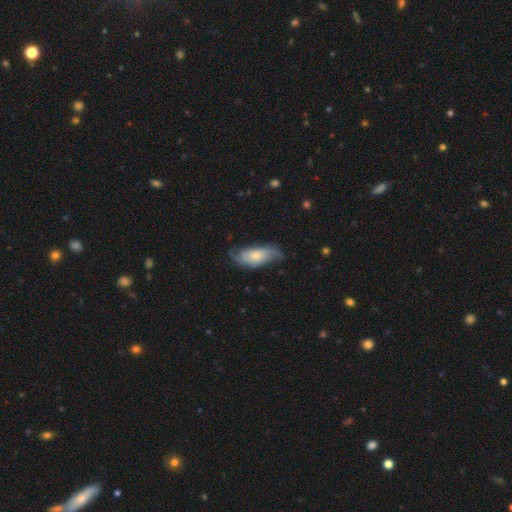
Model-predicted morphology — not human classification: Smooth or featured? featured or disk (61%)
Edge-on disk? no (90%)
Bar? no (72%)
Spiral arms? yes (89%)
Bulge size? small (55%)
Merging? none (61%)